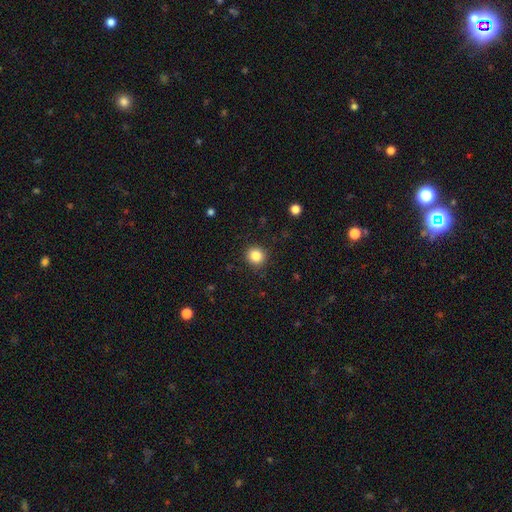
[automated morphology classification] Q: Smooth or featured?
A: smooth (85%); runner-up: star or artifact (10%)
Q: How rounded?
A: round (92%); runner-up: in between (7%)
Q: Merging?
A: none (91%); runner-up: minor disturbance (6%)